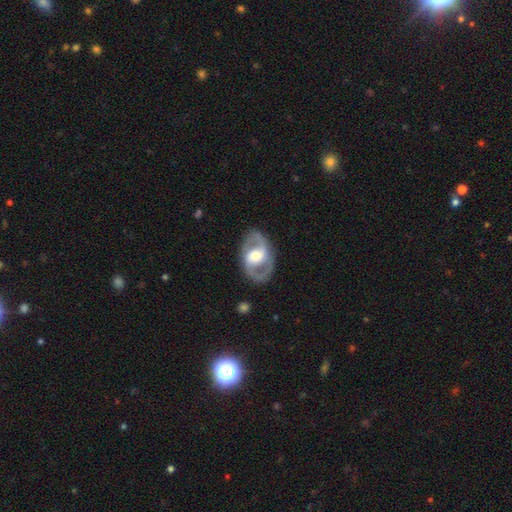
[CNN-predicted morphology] A featured or disk galaxy (83%) with a weak bar (38%), 2 (90%) medium (54%) spiral arms (81%) and a moderate central bulge (67%). Merging: none (85%).